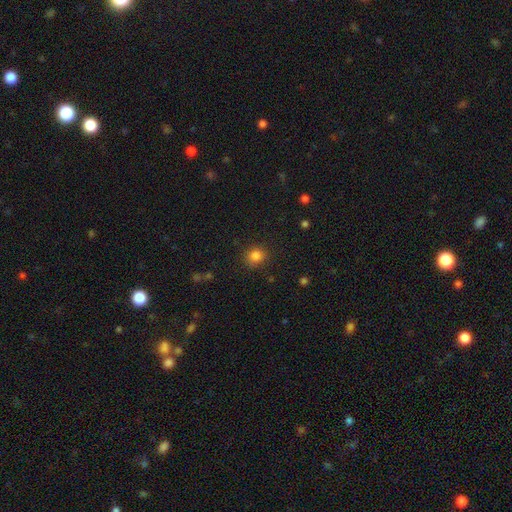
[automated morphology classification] A smooth galaxy with no disk features (83%) that is round (81%).

Vote fractions:
- Smooth or featured? smooth: 83% / star or artifact: 12% / featured or disk: 5%
- How rounded? round: 81% / in between: 18% / cigar-shaped: 1%
- Merging? none: 84% / minor disturbance: 11% / major disturbance: 3% / merger: 2%